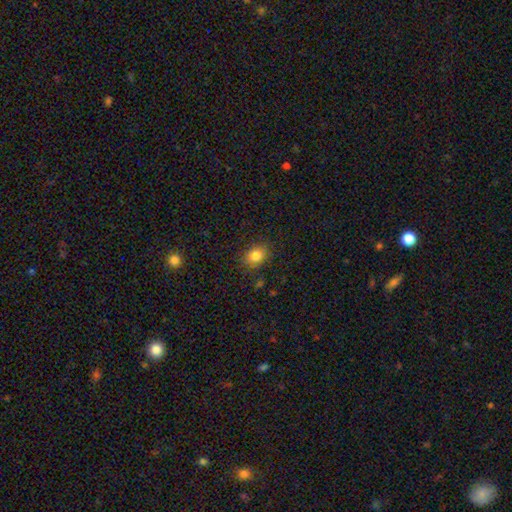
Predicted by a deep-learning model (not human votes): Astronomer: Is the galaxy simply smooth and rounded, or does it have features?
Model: smooth — 83%.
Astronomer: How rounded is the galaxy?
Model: in between — 52% (runner-up: round, 47%).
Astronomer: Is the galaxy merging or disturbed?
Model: none — 84%.